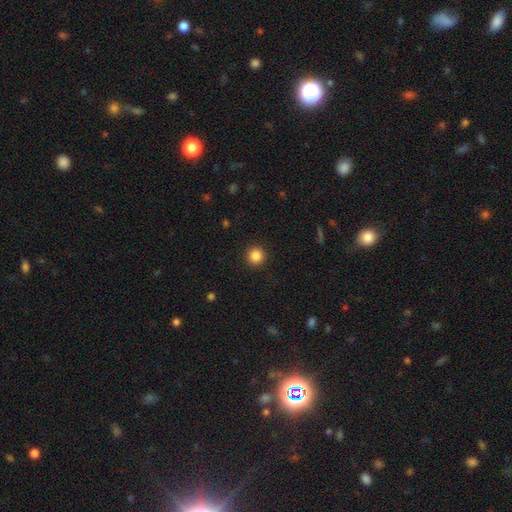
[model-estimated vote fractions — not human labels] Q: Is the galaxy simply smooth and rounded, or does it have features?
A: smooth — 86%.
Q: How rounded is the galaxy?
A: round — 95%.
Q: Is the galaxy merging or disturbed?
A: none — 92%.